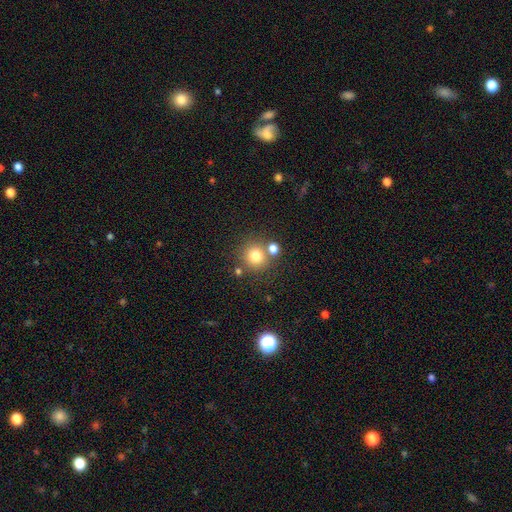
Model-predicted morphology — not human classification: A smooth galaxy with no disk features (78%) that is round (91%).

Vote fractions:
- Smooth or featured? smooth: 78% / star or artifact: 13% / featured or disk: 9%
- How rounded? round: 91% / in between: 8% / cigar-shaped: 1%
- Merging? none: 70% / merger: 18% / minor disturbance: 8% / major disturbance: 3%